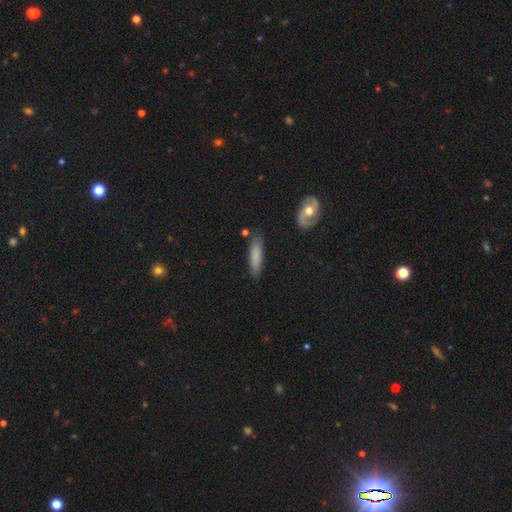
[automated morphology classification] A smooth galaxy with no disk features (78%) that is cigar-shaped (70%).

Vote fractions:
- Smooth or featured? smooth: 78% / featured or disk: 16% / star or artifact: 7%
- How rounded? cigar-shaped: 70% / in between: 28% / round: 2%
- Merging? none: 82% / minor disturbance: 12% / merger: 3% / major disturbance: 2%